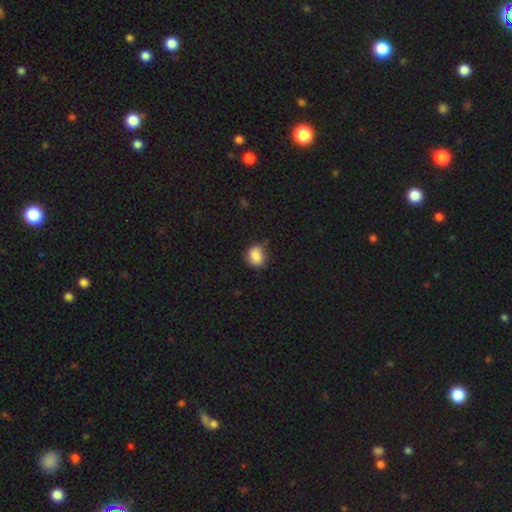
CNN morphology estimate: This is clearly a smooth galaxy (85%). How rounded: possibly round (57%). Merging: likely none (62%).